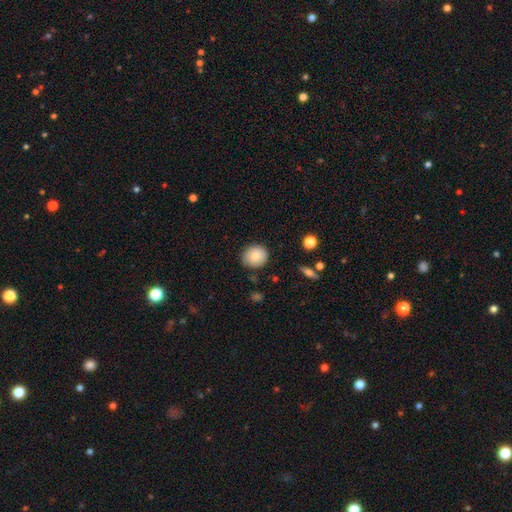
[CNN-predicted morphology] A smooth galaxy with no disk features (85%) that is round (82%). Merging: none (83%).